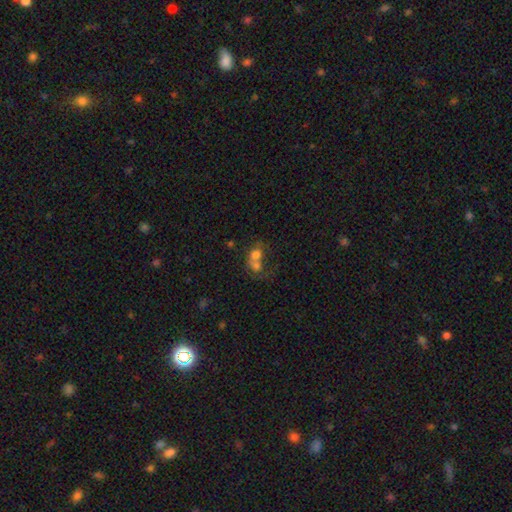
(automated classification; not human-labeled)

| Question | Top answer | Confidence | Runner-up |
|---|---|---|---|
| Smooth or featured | smooth | 64% | featured or disk (23%) |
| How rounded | round | 58% | in between (41%) |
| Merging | merger | 68% | none (18%) |